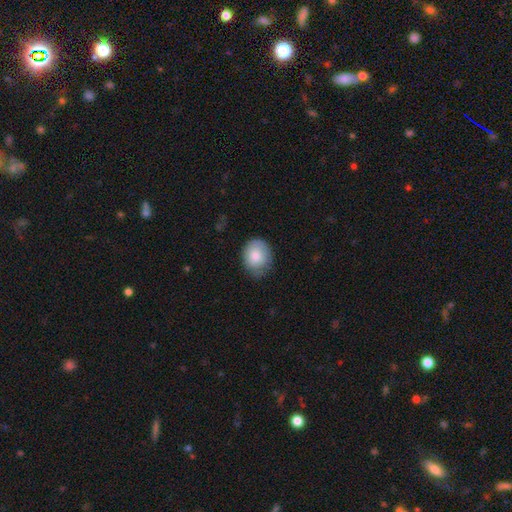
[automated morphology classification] Q: Smooth or featured?
A: smooth (82%); runner-up: featured or disk (11%)
Q: How rounded?
A: round (58%); runner-up: in between (41%)
Q: Merging?
A: none (66%); runner-up: minor disturbance (28%)